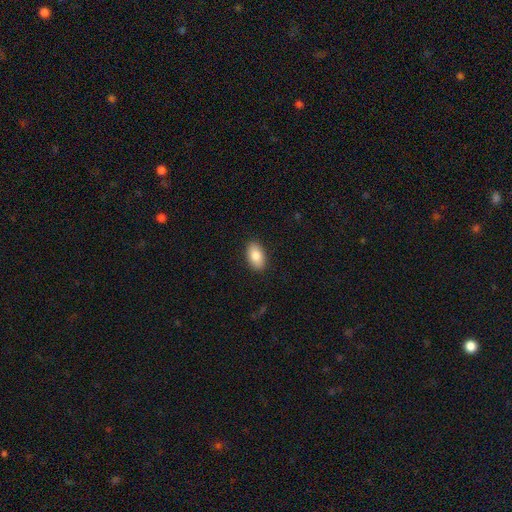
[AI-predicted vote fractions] Smooth or featured?
  - smooth: 85% *
  - featured or disk: 8%
  - star or artifact: 7%
How rounded?
  - in between: 93% *
  - round: 5%
  - cigar-shaped: 2%
Merging?
  - none: 90% *
  - minor disturbance: 7%
  - major disturbance: 2%
  - merger: 1%